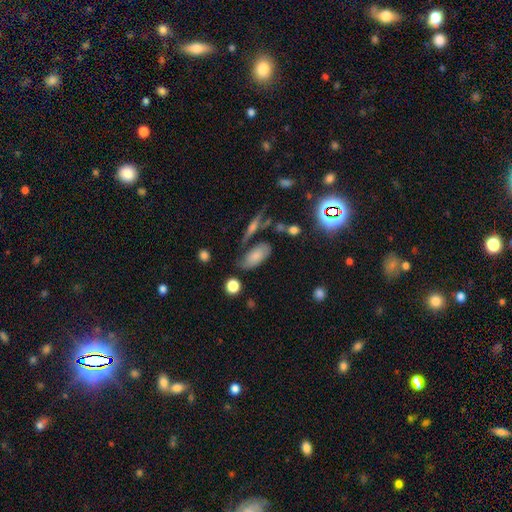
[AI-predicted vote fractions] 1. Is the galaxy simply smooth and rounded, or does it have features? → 69% smooth, 21% featured or disk, 10% star or artifact.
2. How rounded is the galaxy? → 87% in between, 8% cigar-shaped, 5% round.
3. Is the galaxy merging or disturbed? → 56% none, 24% minor disturbance, 10% merger, 10% major disturbance.